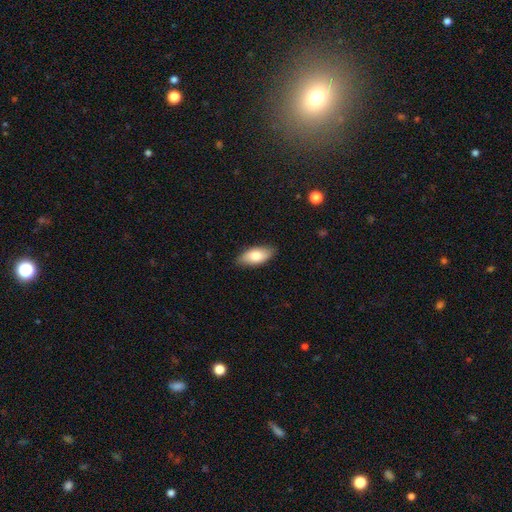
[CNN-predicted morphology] This is likely a smooth galaxy (80%). How rounded: clearly in between (88%). Merging: clearly none (86%).